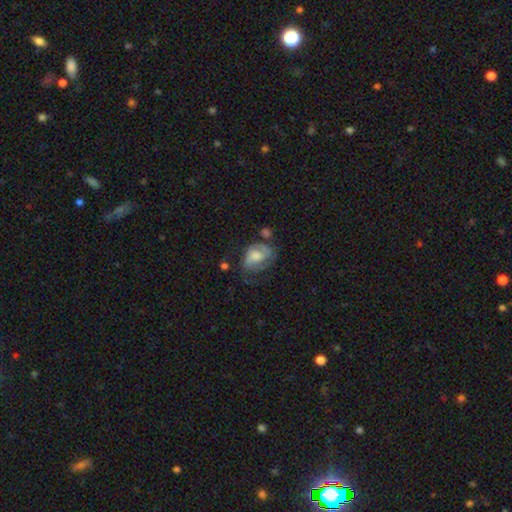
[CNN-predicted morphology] Smooth or featured? featured or disk (54%)
Edge-on disk? no (96%)
Bar? no (65%)
Spiral arms? yes (70%)
Bulge size? moderate (49%)
Merging? none (37%)